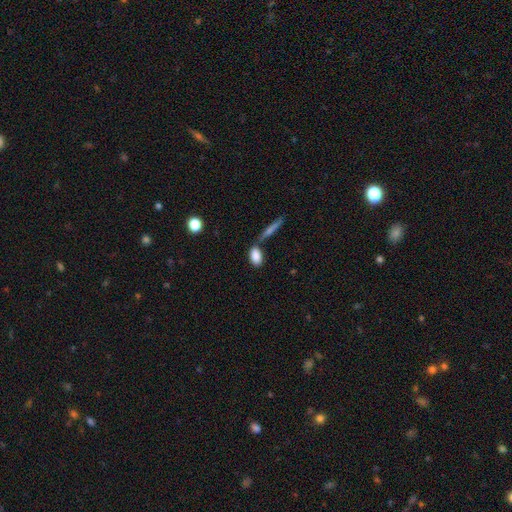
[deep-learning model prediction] Smooth or featured: smooth — 85% (featured or disk — 8%)
How rounded: in between — 87% (cigar-shaped — 8%)
Merging: none — 61% (merger — 20%)